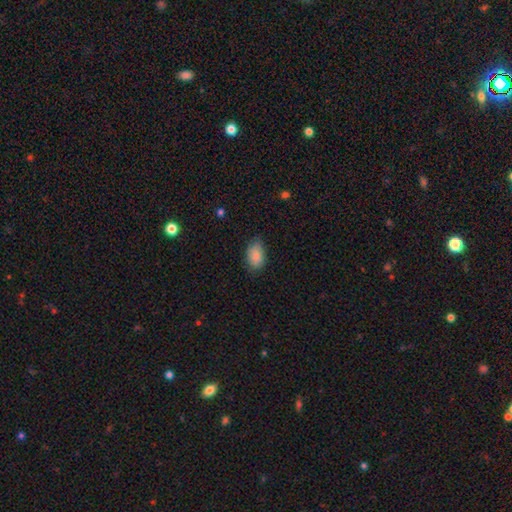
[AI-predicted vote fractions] This is clearly a smooth galaxy (87%). How rounded: clearly in between (89%). Merging: likely none (71%).